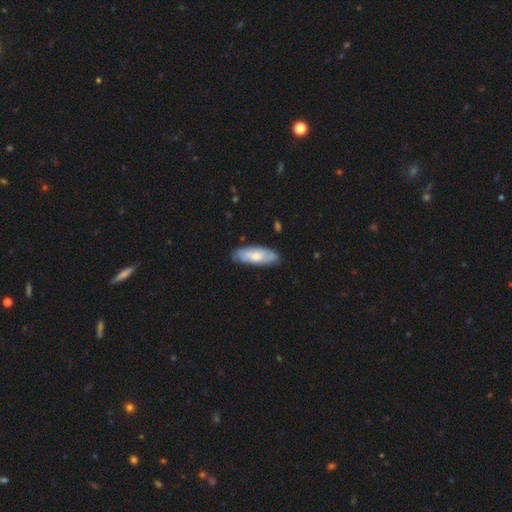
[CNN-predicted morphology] type=smooth (56%); roundness=in between (74%); merging=none (76%).